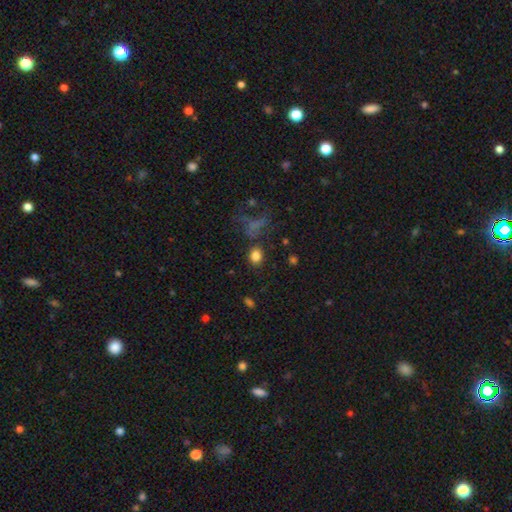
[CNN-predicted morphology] A smooth galaxy with no disk features (82%) that is in between round and cigar-shaped (56%).

Vote fractions:
- Smooth or featured? smooth: 82% / star or artifact: 12% / featured or disk: 6%
- How rounded? in between: 56% / round: 42% / cigar-shaped: 2%
- Merging? none: 77% / minor disturbance: 12% / major disturbance: 6% / merger: 5%